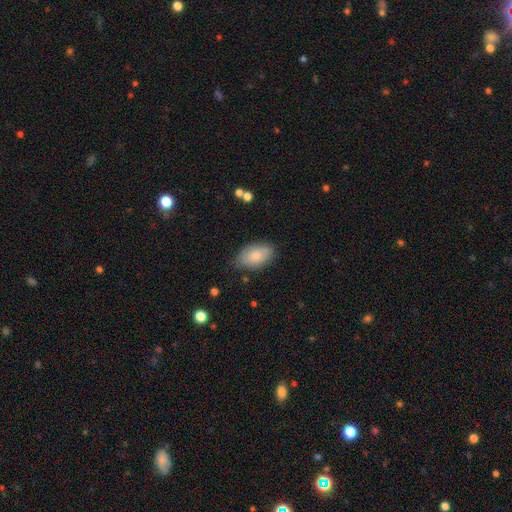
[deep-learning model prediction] Overall: smooth (80%). How rounded: in between (92%). Merging: none (77%).